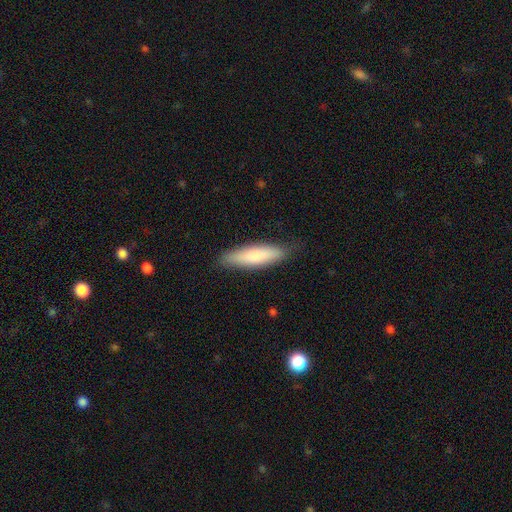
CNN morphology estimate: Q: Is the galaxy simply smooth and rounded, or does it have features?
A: smooth — 79%.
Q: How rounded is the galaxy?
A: cigar-shaped — 67%.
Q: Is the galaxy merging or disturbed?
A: none — 83%.